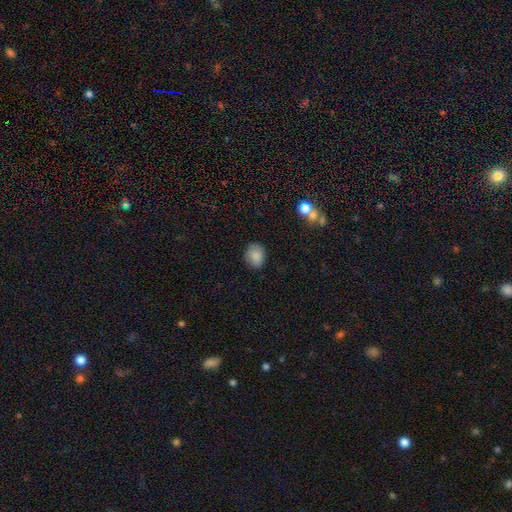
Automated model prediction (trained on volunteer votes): Morphology: type=smooth (86%); roundness=round (53%); merging=none (80%).